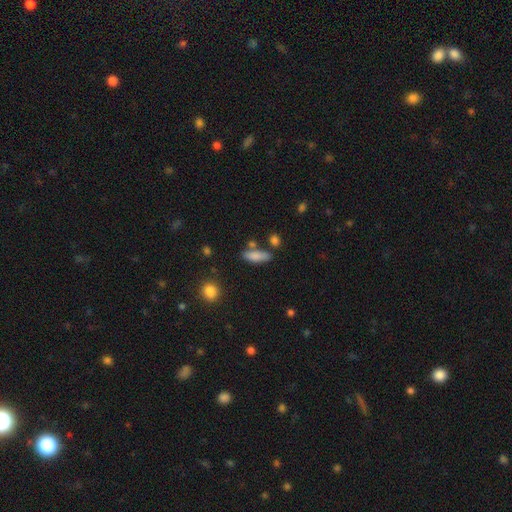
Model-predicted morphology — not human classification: Overall: smooth (81%). How rounded: in between (60%; cigar-shaped 36%). Merging: none (64%).